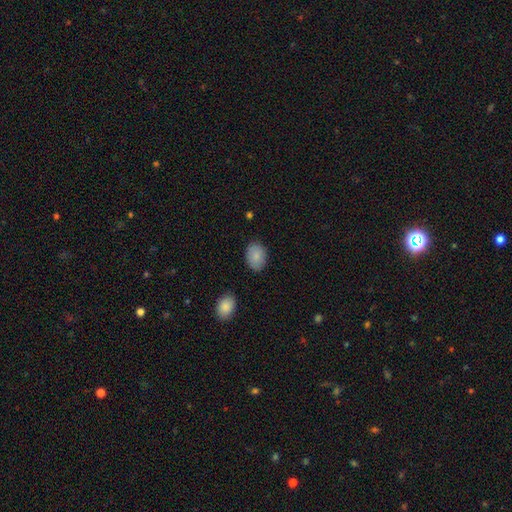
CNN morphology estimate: A smooth galaxy with no disk features (86%) that is in between round and cigar-shaped (77%).

Vote fractions:
- Smooth or featured? smooth: 86% / featured or disk: 7% / star or artifact: 7%
- How rounded? in between: 77% / round: 22% / cigar-shaped: 1%
- Merging? none: 83% / minor disturbance: 12% / major disturbance: 3% / merger: 2%